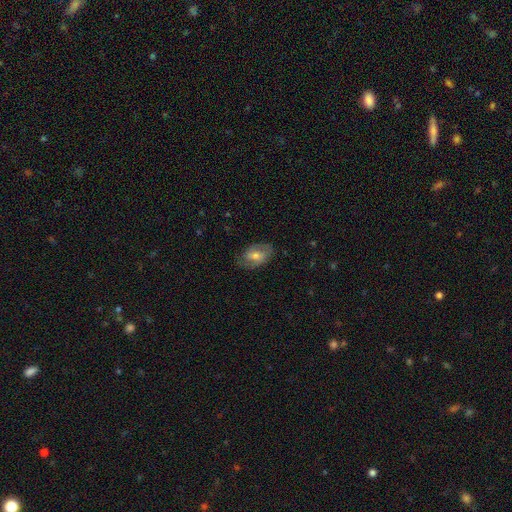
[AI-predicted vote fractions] Smooth or featured? Predicted: featured or disk (p=0.50). Edge-on disk? Predicted: no (p=0.93). Merging? Predicted: none (p=0.74).